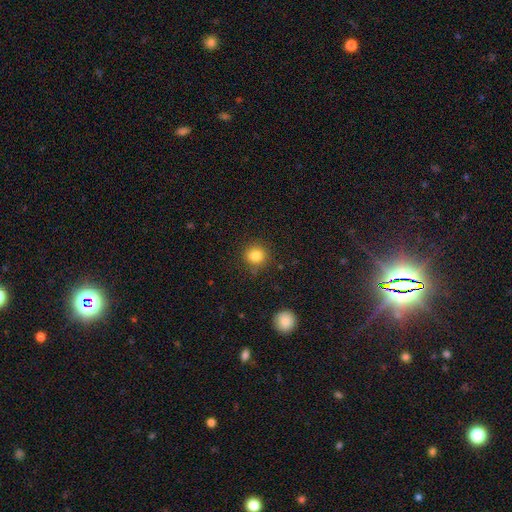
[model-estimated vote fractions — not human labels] Smooth or featured?
  - smooth: 83% *
  - star or artifact: 11%
  - featured or disk: 6%
How rounded?
  - round: 86% *
  - in between: 13%
  - cigar-shaped: 1%
Merging?
  - none: 84% *
  - minor disturbance: 10%
  - major disturbance: 3%
  - merger: 2%